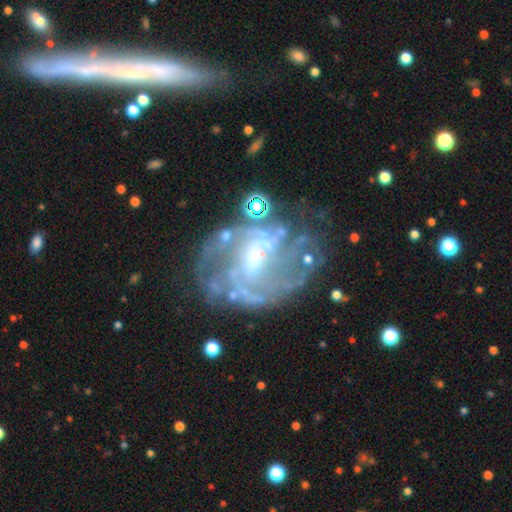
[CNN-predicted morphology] Smooth or featured?
  - featured or disk: 85% *
  - star or artifact: 8%
  - smooth: 7%
Edge-on disk?
  - no: 97% *
  - yes: 3%
Bar?
  - weak: 46% *
  - no: 38%
  - strong: 15%
Spiral arms?
  - yes: 87% *
  - no: 13%
Spiral winding?
  - tight: 44% *
  - medium: 40%
  - loose: 17%
Spiral arm count?
  - can't tell: 39% *
  - 2: 19%
  - 3: 16%
  - 4: 12%
  - more than 4: 8%
  - 1: 6%
Bulge size?
  - small: 48% *
  - moderate: 37%
  - none: 10%
  - large: 3%
  - dominant: 1%
Merging?
  - none: 62% *
  - minor disturbance: 19%
  - major disturbance: 15%
  - merger: 4%